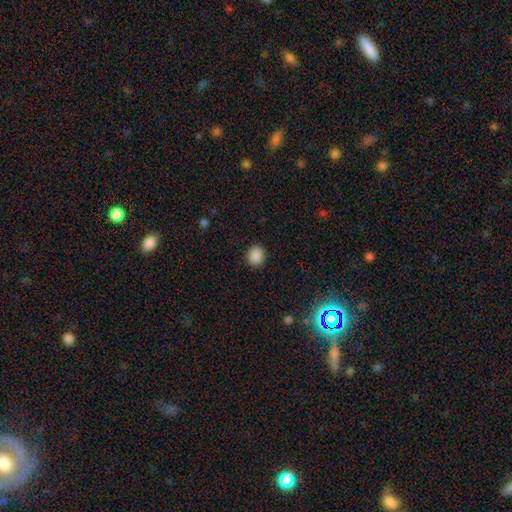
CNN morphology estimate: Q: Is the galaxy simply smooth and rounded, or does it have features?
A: smooth — 88%.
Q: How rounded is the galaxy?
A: round — 66%.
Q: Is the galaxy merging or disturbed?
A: none — 88%.